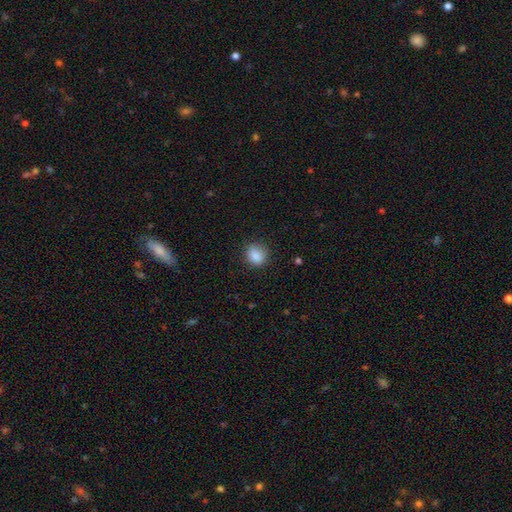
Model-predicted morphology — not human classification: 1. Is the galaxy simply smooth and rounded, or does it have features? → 87% smooth, 9% star or artifact, 4% featured or disk.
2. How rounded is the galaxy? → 69% round, 30% in between, 1% cigar-shaped.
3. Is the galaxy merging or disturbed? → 80% none, 16% minor disturbance, 4% major disturbance, 1% merger.